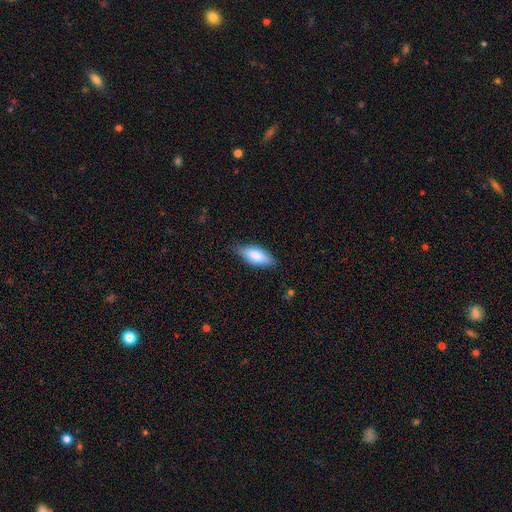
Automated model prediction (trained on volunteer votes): Morphology: type=smooth (76%); roundness=in between (77%); merging=none (77%).